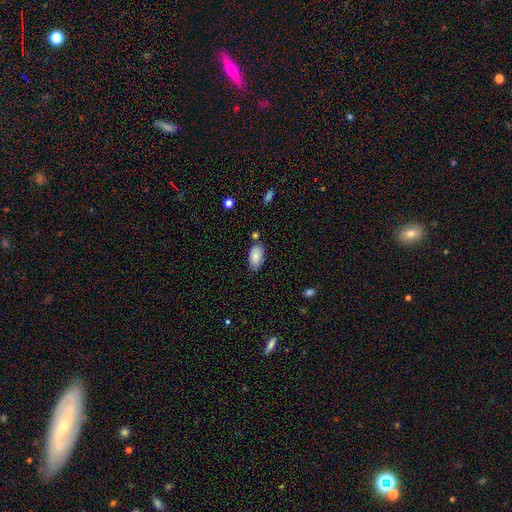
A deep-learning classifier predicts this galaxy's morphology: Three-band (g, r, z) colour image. It shows a smooth galaxy with no disk features (83%) that is in between round and cigar-shaped (95%). Merging: none (70%).